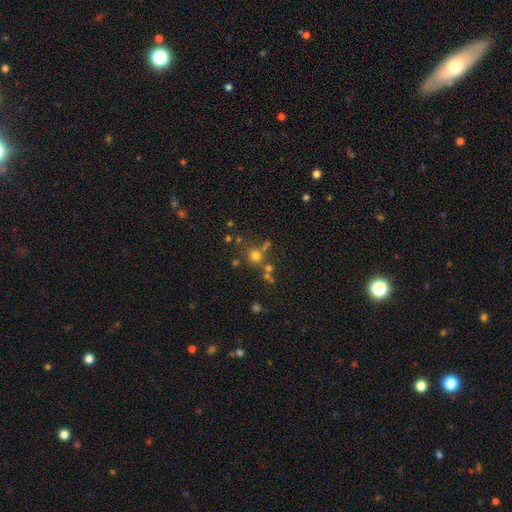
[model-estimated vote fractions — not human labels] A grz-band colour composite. It shows a smooth galaxy with no disk features (65%) that is round (90%). Merging: none (65%).